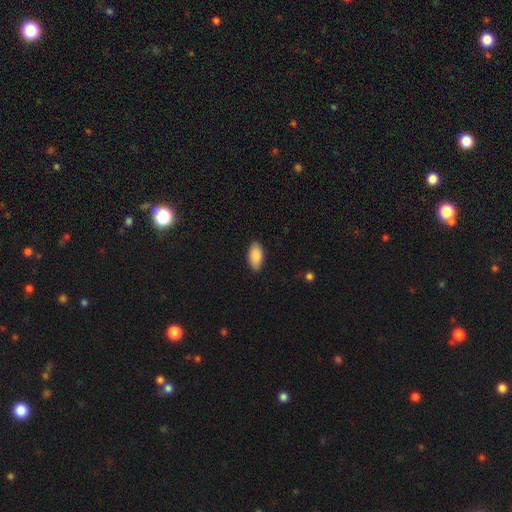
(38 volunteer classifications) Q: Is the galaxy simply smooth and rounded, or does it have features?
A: smooth — 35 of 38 (92%).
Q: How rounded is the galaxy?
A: in between — 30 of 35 (86%).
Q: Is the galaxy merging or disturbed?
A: none — 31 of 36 (86%).